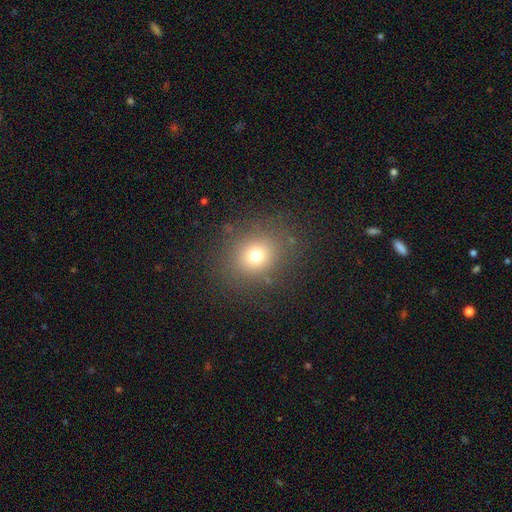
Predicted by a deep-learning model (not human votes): A smooth galaxy with no disk features (71%) that is round (72%). Merging: none (83%).